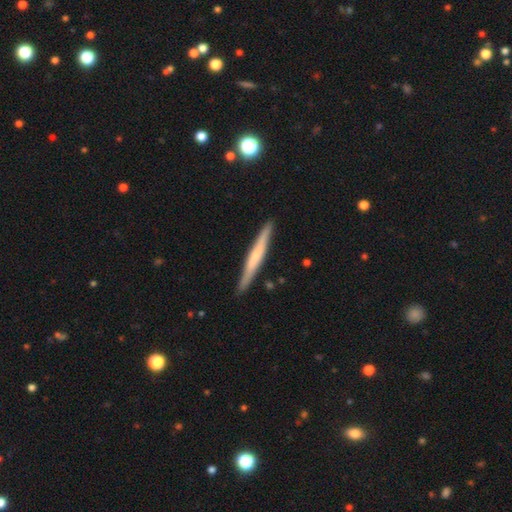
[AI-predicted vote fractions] The model was most divided on "edge-on bulge": none: 51%, rounded: 41%, boxy: 9%. More confident: edge-on disk — yes (96%); merging — none (90%); smooth or featured — featured or disk (53%).